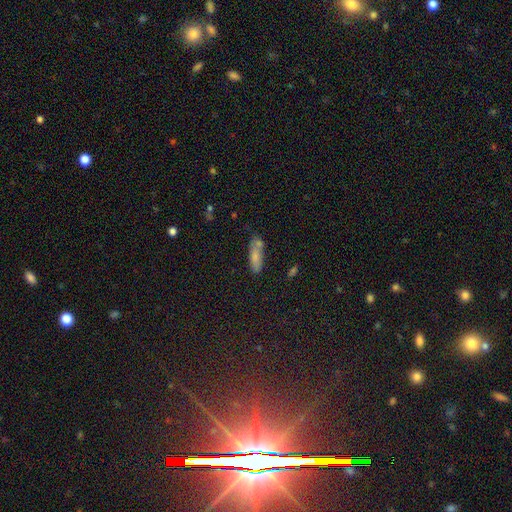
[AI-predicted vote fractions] Smooth or featured? Predicted: smooth (p=0.72). How rounded? Predicted: in between (p=0.53). Merging? Predicted: none (p=0.59).